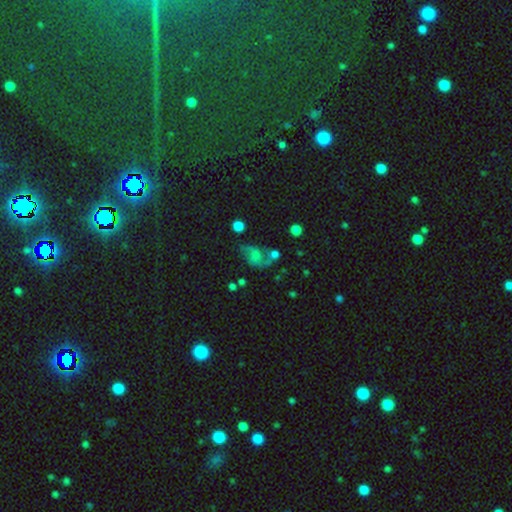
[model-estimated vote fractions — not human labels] A featured or disk galaxy (44%). Merging: none (35%).